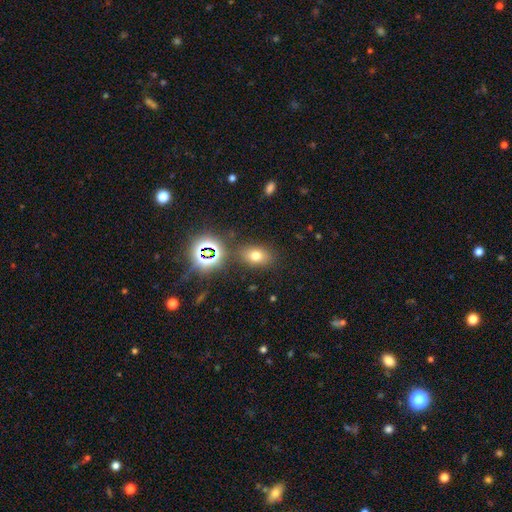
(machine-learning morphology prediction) Smooth or featured: smooth — 66% (star or artifact — 23%)
How rounded: in between — 75% (round — 22%)
Merging: none — 80% (minor disturbance — 11%)